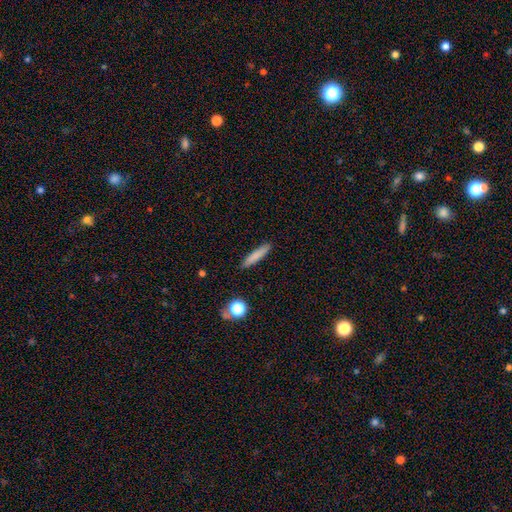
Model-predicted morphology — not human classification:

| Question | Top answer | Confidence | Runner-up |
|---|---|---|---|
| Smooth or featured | smooth | 80% | featured or disk (13%) |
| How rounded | cigar-shaped | 89% | in between (9%) |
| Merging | none | 89% | minor disturbance (8%) |